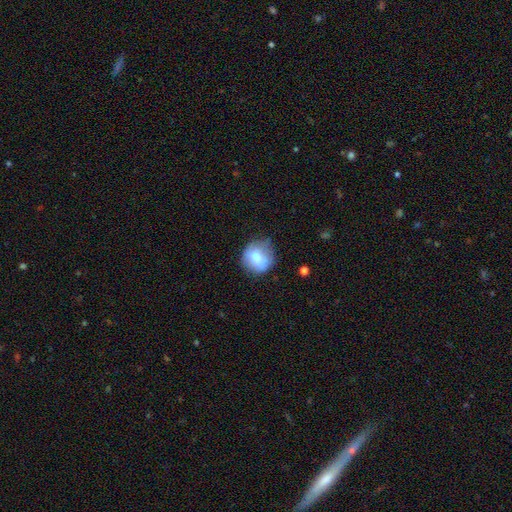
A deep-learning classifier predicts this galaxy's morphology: Smooth or featured? smooth (69%)
How rounded? round (82%)
Merging? none (63%)